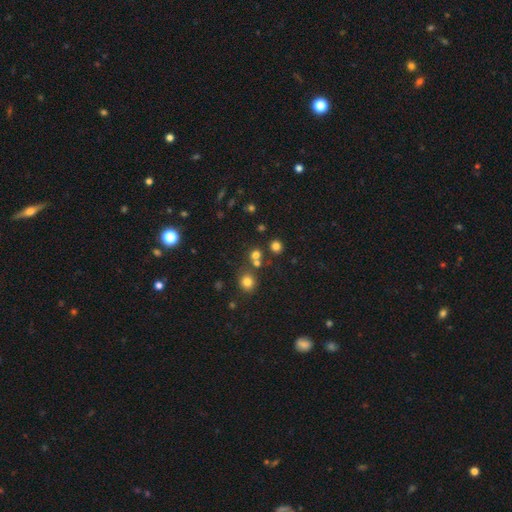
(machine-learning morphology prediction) A smooth galaxy with no disk features (71%) that is round (87%). Merging: none (69%).